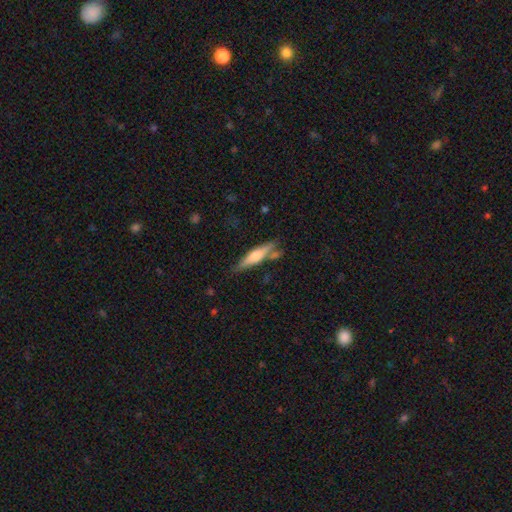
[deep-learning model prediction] The model was most divided on "smooth or featured": smooth: 49%, featured or disk: 45%, star or artifact: 6%. More confident: merging — none (71%).